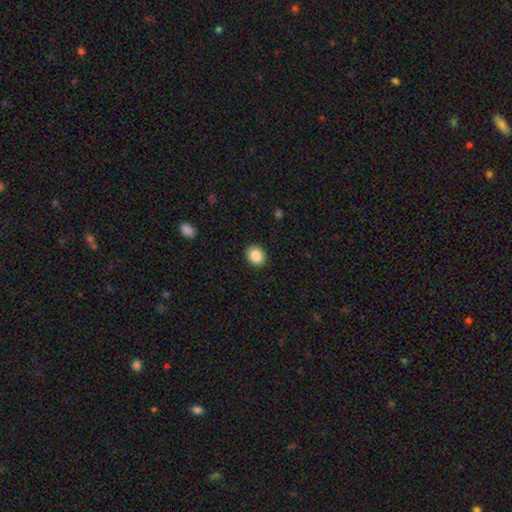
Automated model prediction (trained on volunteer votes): This appears to be a smooth galaxy with no disk features (85%) that is round (67%). Merging: none (91%).